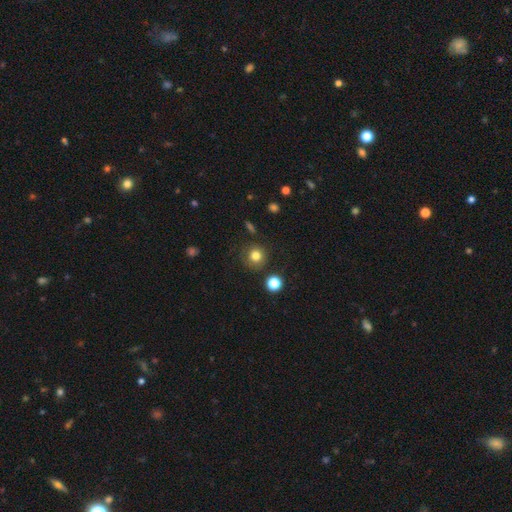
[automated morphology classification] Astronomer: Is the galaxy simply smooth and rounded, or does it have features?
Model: smooth — 81%.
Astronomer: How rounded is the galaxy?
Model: round — 92%.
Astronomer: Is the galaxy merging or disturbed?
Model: none — 84%.